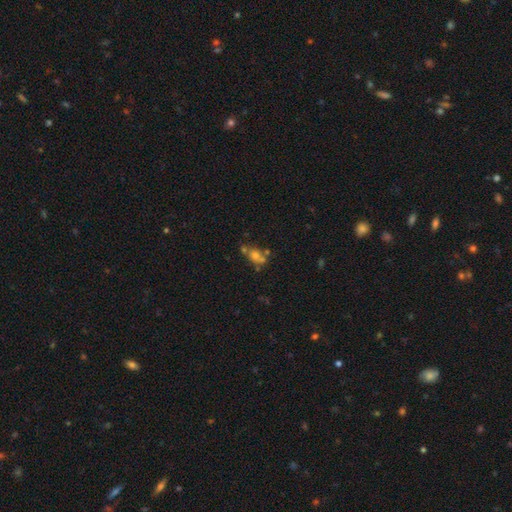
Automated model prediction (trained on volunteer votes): Smooth or featured? Predicted: smooth (p=0.49). Merging? Predicted: none (p=0.45).